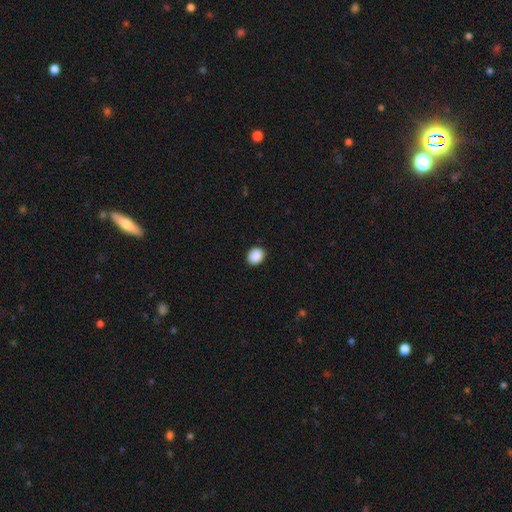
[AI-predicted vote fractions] smooth_or_featured: smooth (p=0.90) [alt: star or artifact p=0.08]
how_rounded: round (p=0.55) [alt: in between p=0.44]
merging: none (p=0.89) [alt: minor disturbance p=0.08]